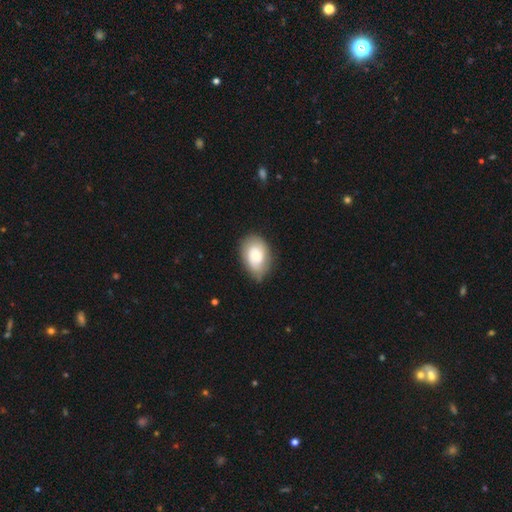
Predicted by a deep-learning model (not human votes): Smooth or featured: smooth — 62% (featured or disk — 31%)
How rounded: in between — 83% (round — 16%)
Merging: none — 68% (minor disturbance — 24%)